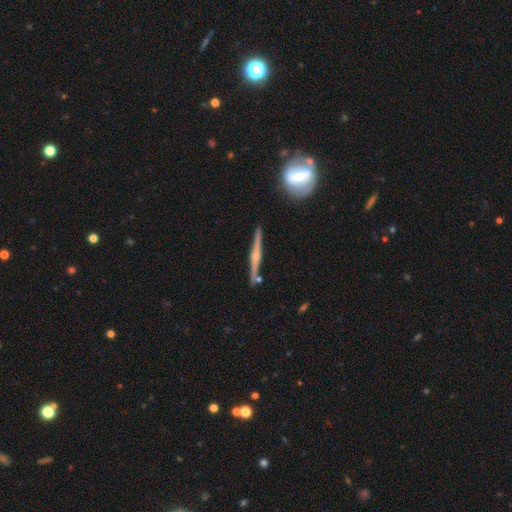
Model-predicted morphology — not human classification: A featured or disk galaxy (79%) viewed edge-on (98%) with a rounded central bulge (84%).

Vote fractions:
- Smooth or featured? featured or disk: 79% / smooth: 15% / star or artifact: 6%
- Edge-on disk? yes: 98% / no: 2%
- Edge-on bulge? rounded: 84% / none: 8% / boxy: 8%
- Merging? none: 87% / minor disturbance: 8% / merger: 3% / major disturbance: 2%